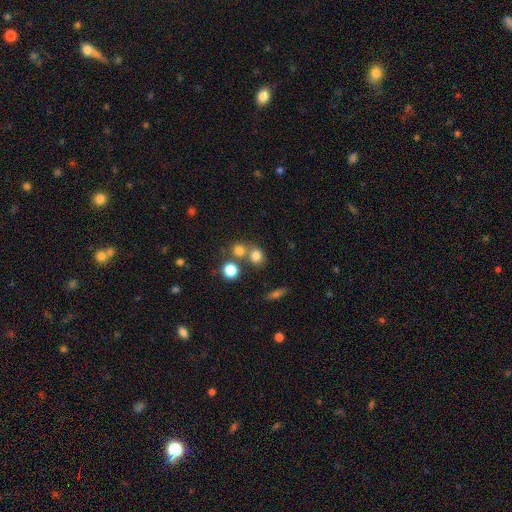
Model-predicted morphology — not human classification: Overall: smooth (77%). How rounded: round (74%). Merging: none (55%; merger 32%).